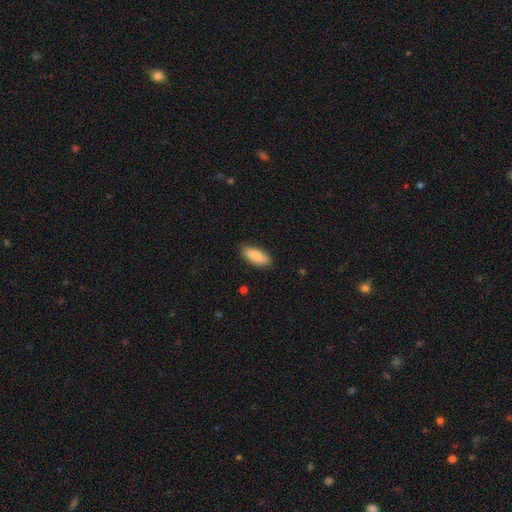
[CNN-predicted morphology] smooth_or_featured: smooth (p=0.83) [alt: featured or disk p=0.11]
how_rounded: in between (p=0.84) [alt: cigar-shaped p=0.14]
merging: none (p=0.82) [alt: minor disturbance p=0.14]